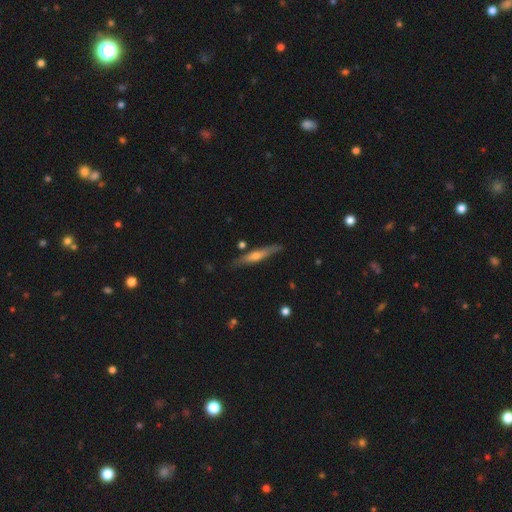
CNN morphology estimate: Q: Smooth or featured?
A: featured or disk (58%); runner-up: smooth (36%)
Q: Edge-on disk?
A: yes (92%); runner-up: no (8%)
Q: Edge-on bulge?
A: rounded (84%); runner-up: none (12%)
Q: Merging?
A: none (83%); runner-up: minor disturbance (12%)